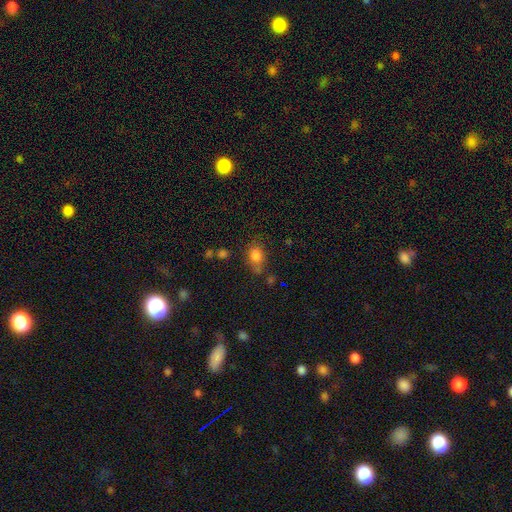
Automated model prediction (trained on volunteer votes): This is likely a smooth galaxy (79%). How rounded: likely in between (64%). Merging: possibly none (58%).